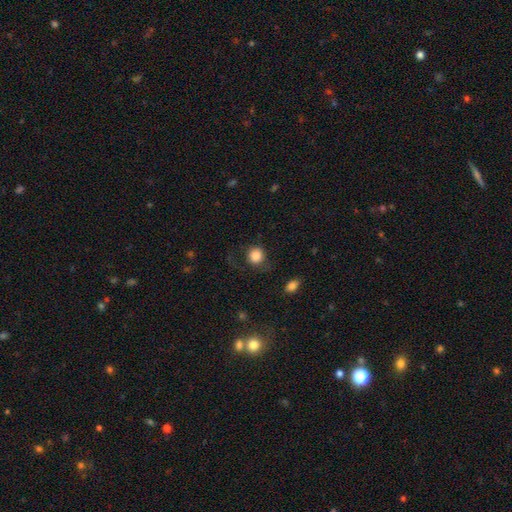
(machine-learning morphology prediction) type=smooth (84%); roundness=round (88%); merging=none (75%).